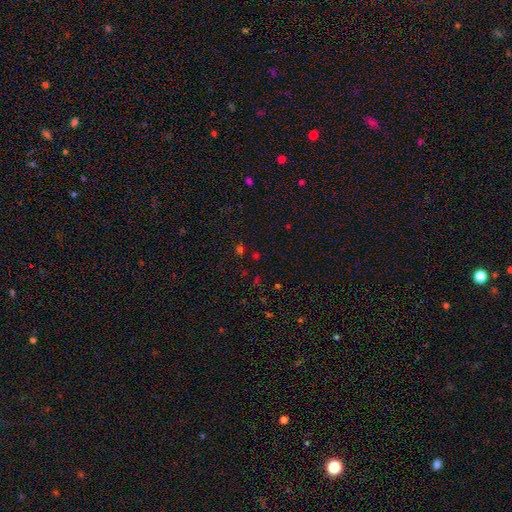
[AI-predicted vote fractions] Smooth or featured? smooth (49%)
Merging? none (76%)